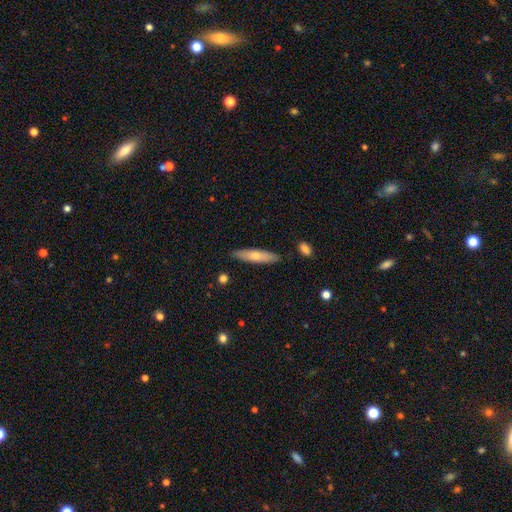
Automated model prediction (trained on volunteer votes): This is possibly a smooth galaxy (57%). How rounded: likely cigar-shaped (78%). Merging: clearly none (88%).